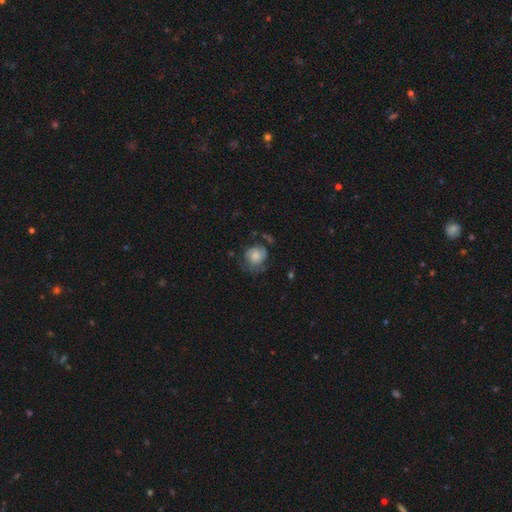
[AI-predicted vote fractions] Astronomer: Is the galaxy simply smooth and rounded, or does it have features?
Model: smooth — 51% (runner-up: featured or disk, 40%).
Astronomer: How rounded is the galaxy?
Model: round — 73%.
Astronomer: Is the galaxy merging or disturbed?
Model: none — 50% (runner-up: minor disturbance, 27%).